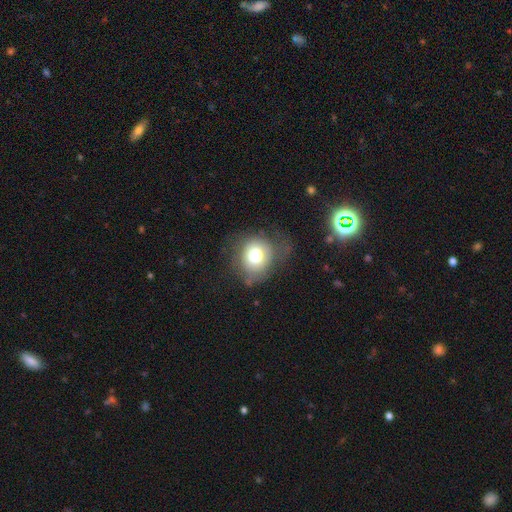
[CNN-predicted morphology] type=smooth (72%); roundness=round (77%); merging=none (58%).